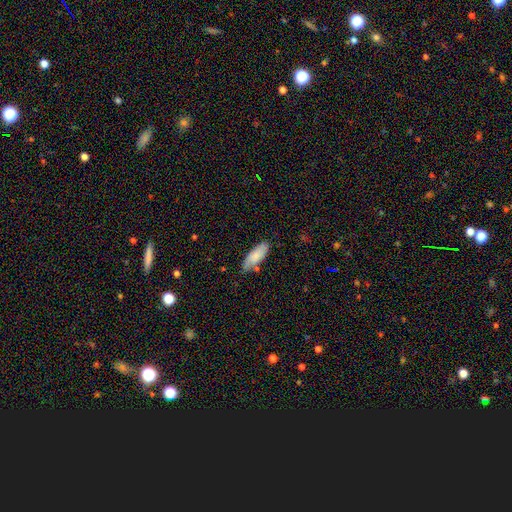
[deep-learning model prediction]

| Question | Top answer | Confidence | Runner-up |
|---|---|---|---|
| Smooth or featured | smooth | 82% | featured or disk (12%) |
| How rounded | in between | 72% | cigar-shaped (26%) |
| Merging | none | 72% | minor disturbance (22%) |